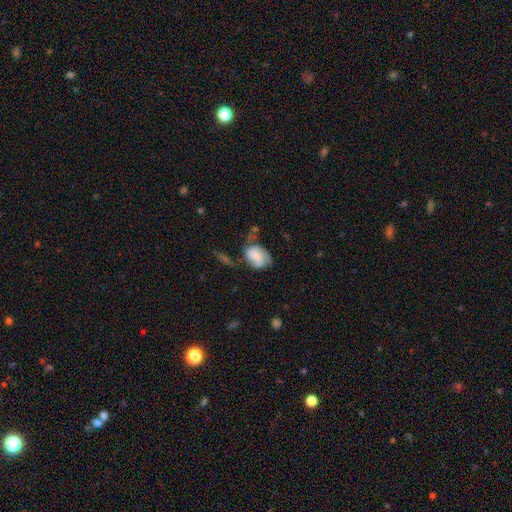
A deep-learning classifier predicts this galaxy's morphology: Smooth or featured? Predicted: smooth (p=0.52). How rounded? Predicted: in between (p=0.72). Merging? Predicted: major disturbance (p=0.32).